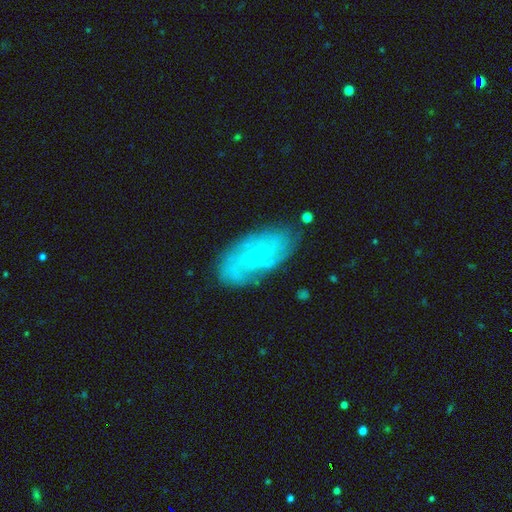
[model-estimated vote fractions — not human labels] featured or disk 73%, smooth 19%, star or artifact 7%. Down the decision tree: edge-on disk — no (95%); bar — no (73%); spiral arms — yes (89%); spiral arm count — can't tell (44%); spiral winding — tight (59%); bulge size — small (84%); merging — none (74%).